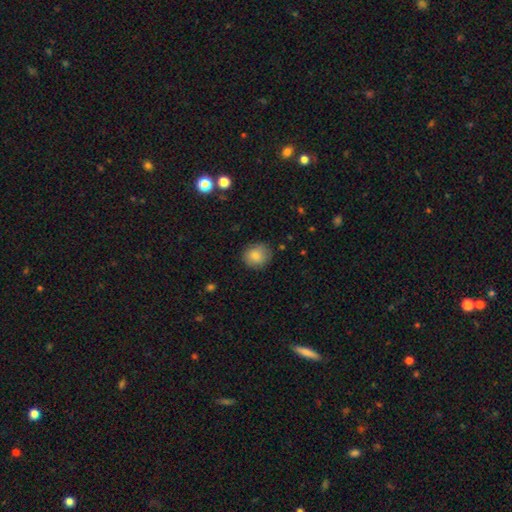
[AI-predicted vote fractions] This is clearly a smooth galaxy (83%). How rounded: clearly round (83%). Merging: clearly none (81%).